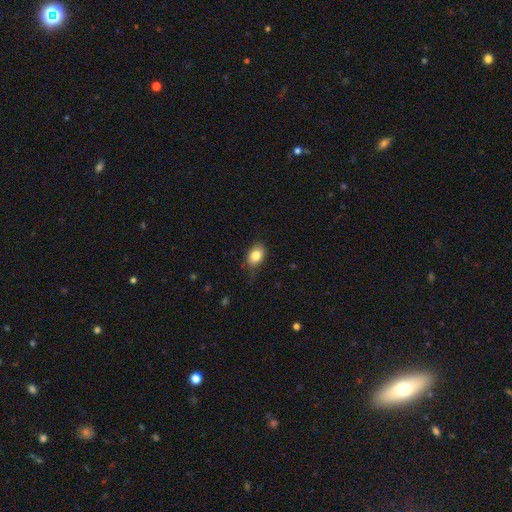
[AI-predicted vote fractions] Smooth or featured? smooth (83%)
How rounded? in between (80%)
Merging? none (72%)